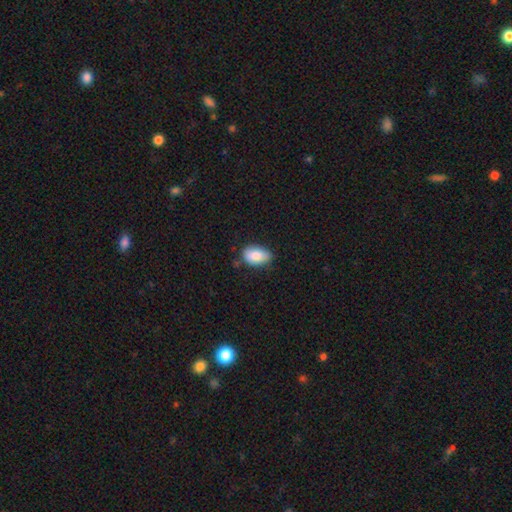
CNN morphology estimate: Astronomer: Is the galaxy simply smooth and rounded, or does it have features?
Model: smooth — 86%.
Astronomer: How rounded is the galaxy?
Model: in between — 91%.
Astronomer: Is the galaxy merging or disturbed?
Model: none — 70%.